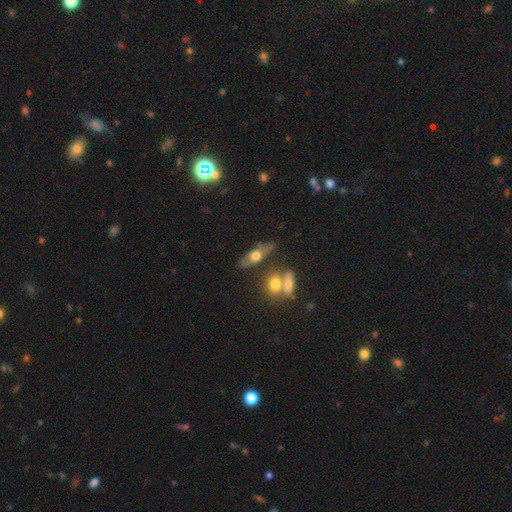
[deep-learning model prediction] smooth-or-featured: smooth: 48% | featured or disk: 43% | star or artifact: 9%
  merging: none: 62% | minor disturbance: 16% | merger: 16% | major disturbance: 6%